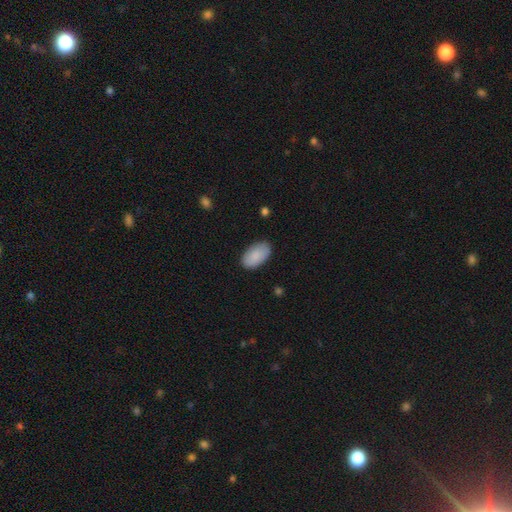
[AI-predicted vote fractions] Smooth or featured: smooth — 89% (featured or disk — 5%)
How rounded: in between — 96% (round — 3%)
Merging: none — 87% (minor disturbance — 10%)